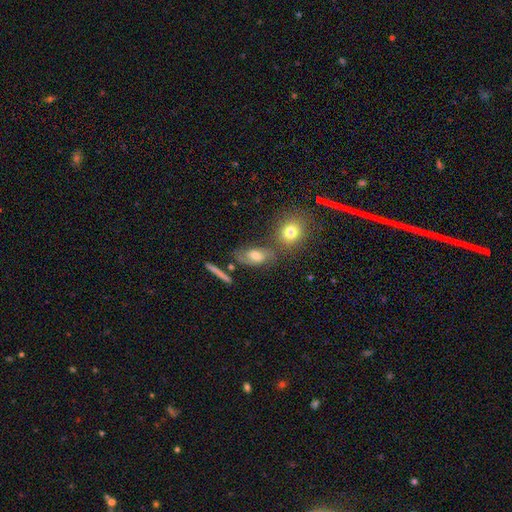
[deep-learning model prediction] Smooth or featured? Predicted: smooth (p=0.49). Merging? Predicted: none (p=0.61).